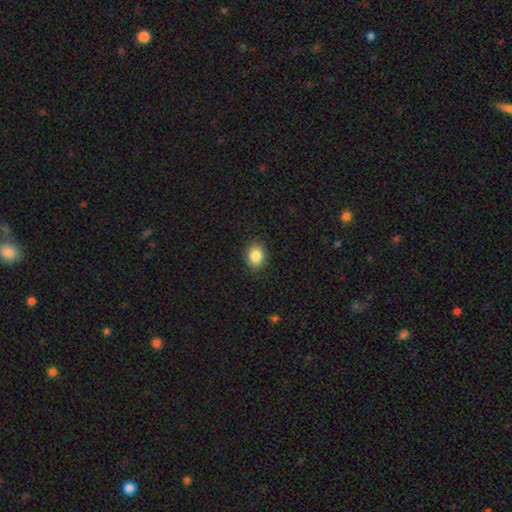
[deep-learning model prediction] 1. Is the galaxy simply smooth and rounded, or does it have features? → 86% smooth, 9% star or artifact, 5% featured or disk.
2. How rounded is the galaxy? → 54% in between, 45% round, 1% cigar-shaped.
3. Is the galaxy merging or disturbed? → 89% none, 8% minor disturbance, 2% major disturbance, 1% merger.